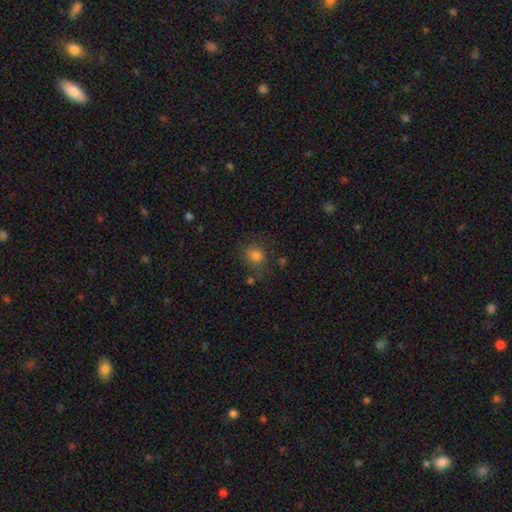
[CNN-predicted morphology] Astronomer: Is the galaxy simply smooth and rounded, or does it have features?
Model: smooth — 80%.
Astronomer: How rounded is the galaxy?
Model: round — 76%.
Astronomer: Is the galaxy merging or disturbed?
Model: none — 67%.